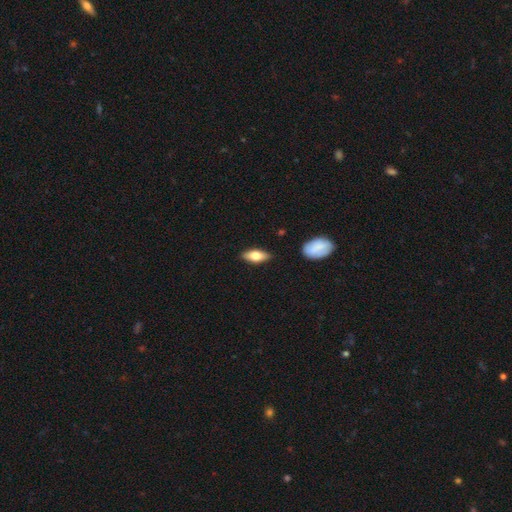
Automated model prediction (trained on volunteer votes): Q: Smooth or featured?
A: smooth (67%); runner-up: featured or disk (27%)
Q: How rounded?
A: in between (79%); runner-up: cigar-shaped (18%)
Q: Merging?
A: none (85%); runner-up: minor disturbance (11%)